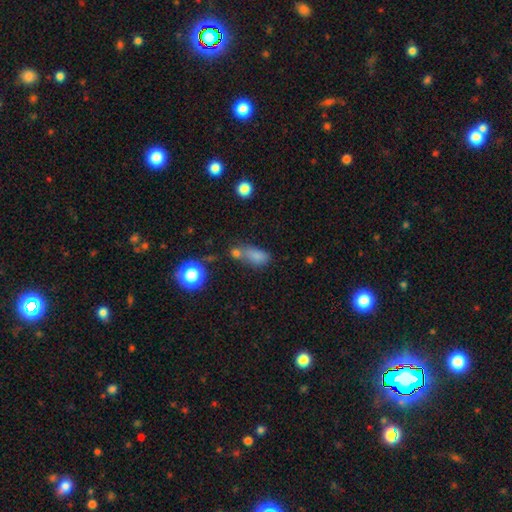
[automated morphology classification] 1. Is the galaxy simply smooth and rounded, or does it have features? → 75% smooth, 15% star or artifact, 10% featured or disk.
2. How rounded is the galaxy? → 81% in between, 11% round, 9% cigar-shaped.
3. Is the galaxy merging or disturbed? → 40% merger, 35% none, 16% minor disturbance, 9% major disturbance.